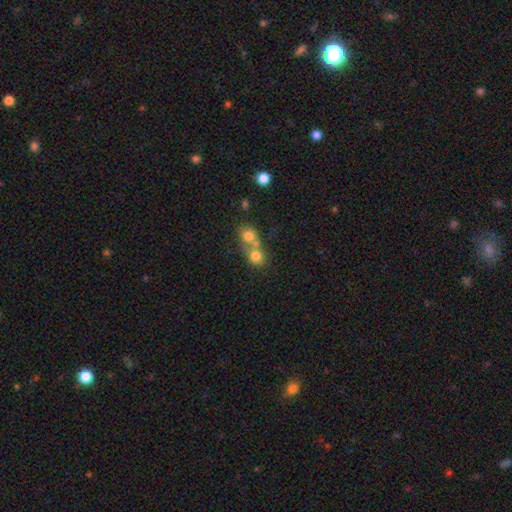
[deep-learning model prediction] Smooth or featured? Predicted: smooth (p=0.74). How rounded? Predicted: round (p=0.79). Merging? Predicted: merger (p=0.59).